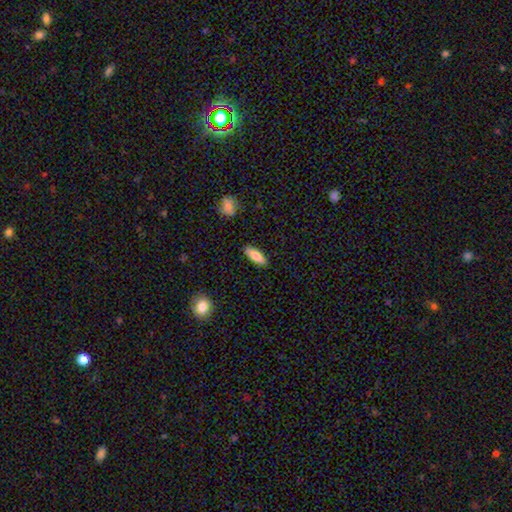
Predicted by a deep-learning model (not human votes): smooth_or_featured: smooth (p=0.79) [alt: featured or disk p=0.15]
how_rounded: in between (p=0.65) [alt: cigar-shaped p=0.33]
merging: none (p=0.88) [alt: minor disturbance p=0.08]